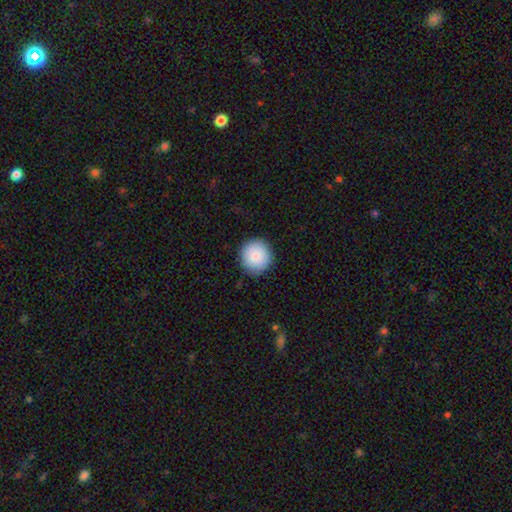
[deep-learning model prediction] A smooth galaxy with no disk features (86%) that is round (94%). Merging: none (89%).